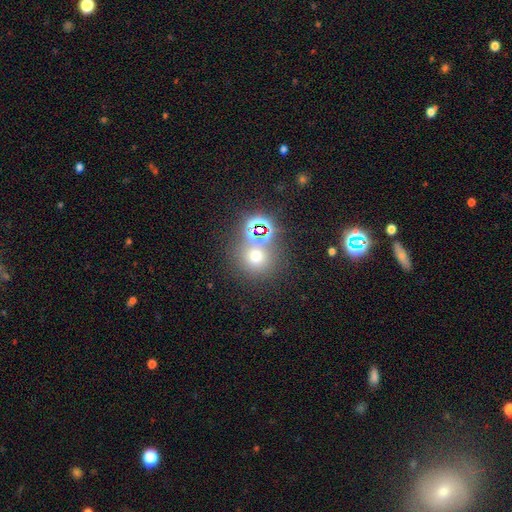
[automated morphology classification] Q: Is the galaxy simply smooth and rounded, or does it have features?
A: smooth — 57%.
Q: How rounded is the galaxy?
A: round — 87%.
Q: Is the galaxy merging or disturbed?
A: none — 70%.